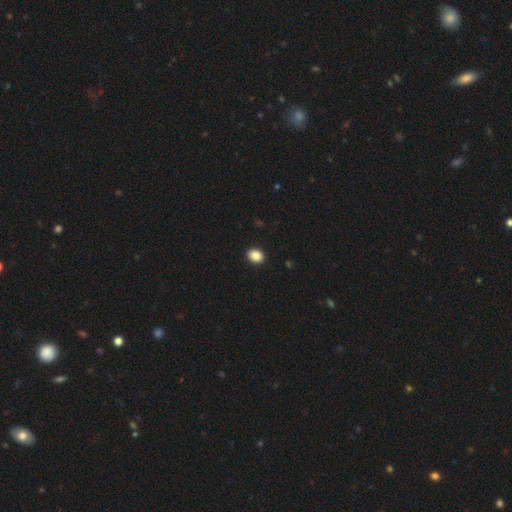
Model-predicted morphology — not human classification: Q: Smooth or featured?
A: smooth (88%); runner-up: star or artifact (9%)
Q: How rounded?
A: round (50%); runner-up: in between (49%)
Q: Merging?
A: none (92%); runner-up: minor disturbance (5%)